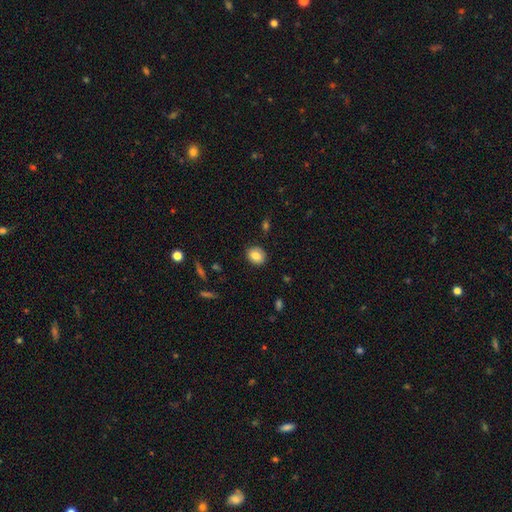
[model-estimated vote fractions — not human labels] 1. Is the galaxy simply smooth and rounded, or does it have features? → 81% smooth, 11% featured or disk, 9% star or artifact.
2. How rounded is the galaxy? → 52% round, 47% in between, 1% cigar-shaped.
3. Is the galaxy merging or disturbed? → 86% none, 10% minor disturbance, 2% major disturbance, 1% merger.